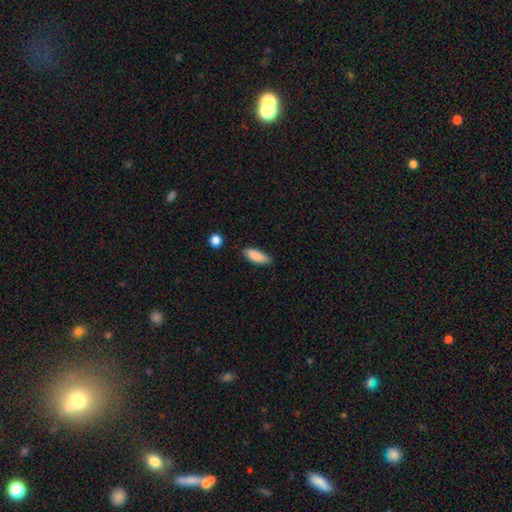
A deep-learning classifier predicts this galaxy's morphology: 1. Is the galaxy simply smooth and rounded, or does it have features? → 88% smooth, 7% star or artifact, 6% featured or disk.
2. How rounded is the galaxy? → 68% in between, 30% cigar-shaped, 2% round.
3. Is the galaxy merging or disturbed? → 75% none, 20% minor disturbance, 3% major disturbance, 2% merger.